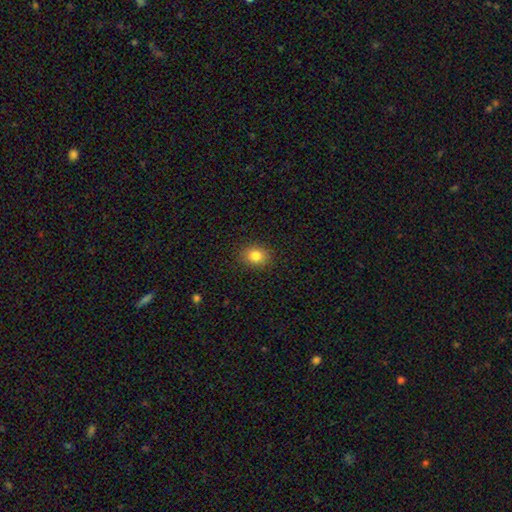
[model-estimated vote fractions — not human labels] Smooth or featured: smooth — 83% (star or artifact — 11%)
How rounded: round — 57% (in between — 42%)
Merging: none — 89% (minor disturbance — 7%)